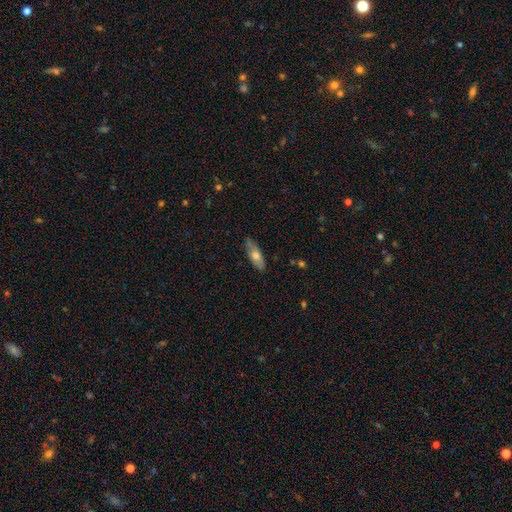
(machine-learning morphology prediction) type=smooth (59%); roundness=in between (56%); merging=none (83%).